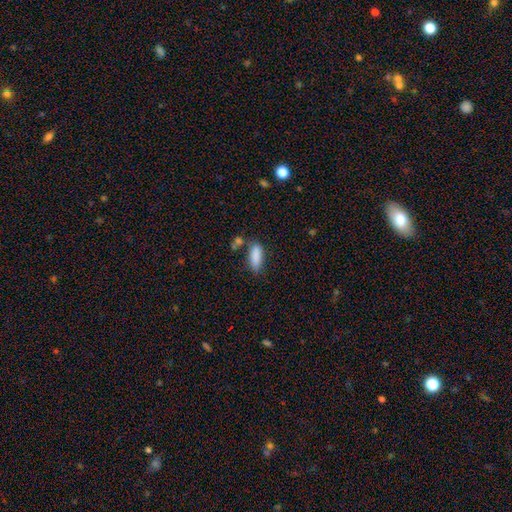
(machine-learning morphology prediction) This appears to be a smooth galaxy with no disk features (86%) that is in between round and cigar-shaped (63%). Merging: none (66%).